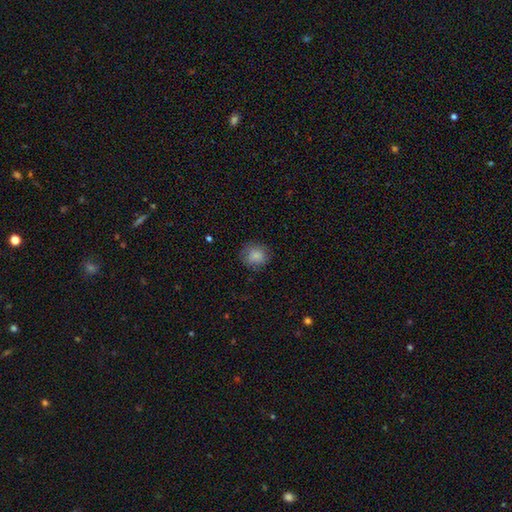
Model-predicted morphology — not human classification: The model was most divided on "how rounded": round: 78%, in between: 21%, cigar-shaped: 1%. More confident: smooth or featured — smooth (85%); merging — none (79%).